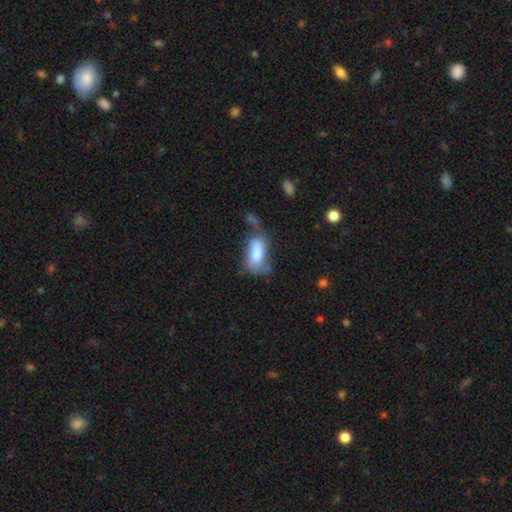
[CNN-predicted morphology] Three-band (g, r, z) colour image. It shows a smooth galaxy with no disk features (72%) that is in between round and cigar-shaped (88%). Merging: none (29%).